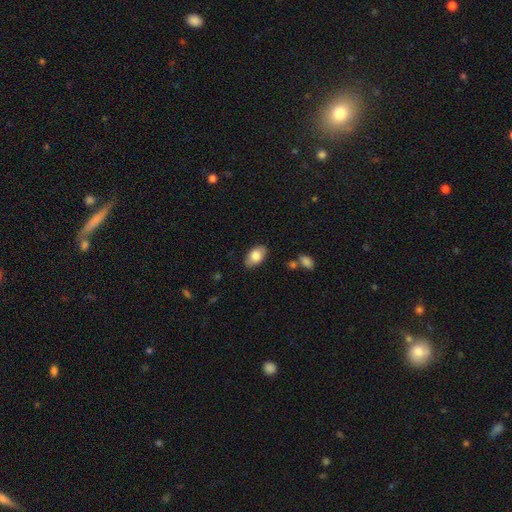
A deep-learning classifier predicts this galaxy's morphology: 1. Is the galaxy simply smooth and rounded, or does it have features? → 82% smooth, 12% featured or disk, 6% star or artifact.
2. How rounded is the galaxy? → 92% in between, 6% round, 2% cigar-shaped.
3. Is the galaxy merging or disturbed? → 83% none, 13% minor disturbance, 2% major disturbance, 2% merger.